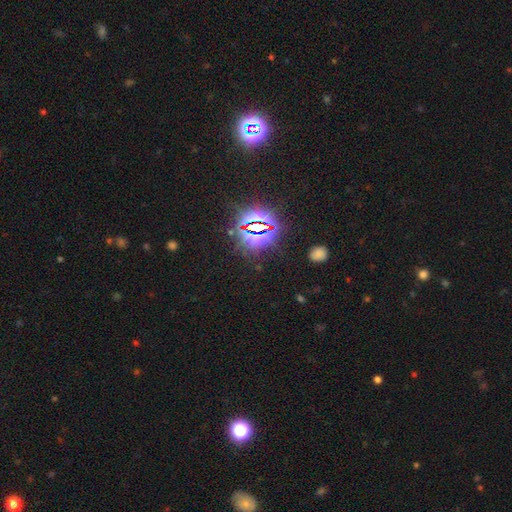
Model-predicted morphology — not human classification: A star or artifact, not a galaxy (81%).